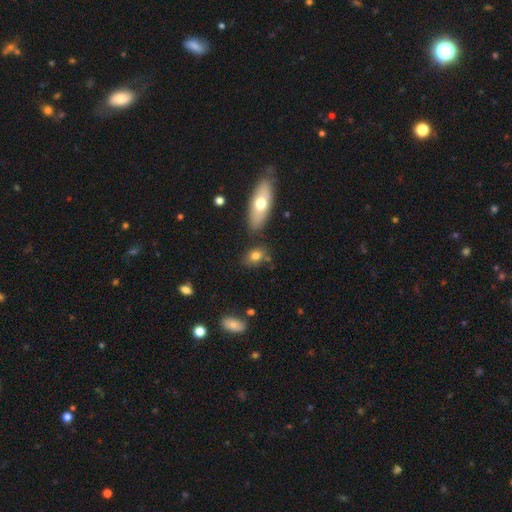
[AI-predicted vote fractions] The model was most divided on "how rounded": in between: 69%, round: 27%, cigar-shaped: 4%. More confident: smooth or featured — smooth (77%); merging — none (74%).